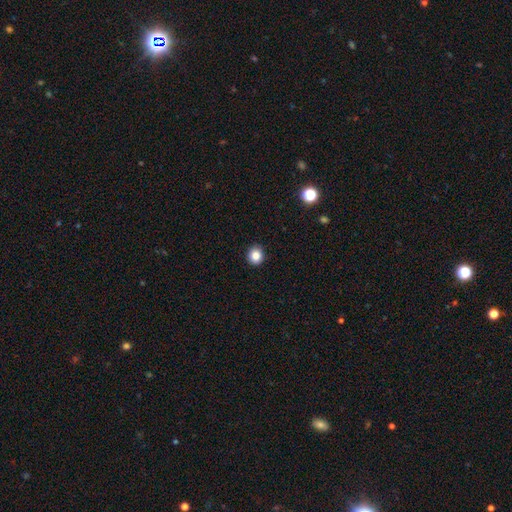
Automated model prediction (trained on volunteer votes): This appears to be a smooth galaxy with no disk features (85%) that is round (84%). Merging: none (92%).